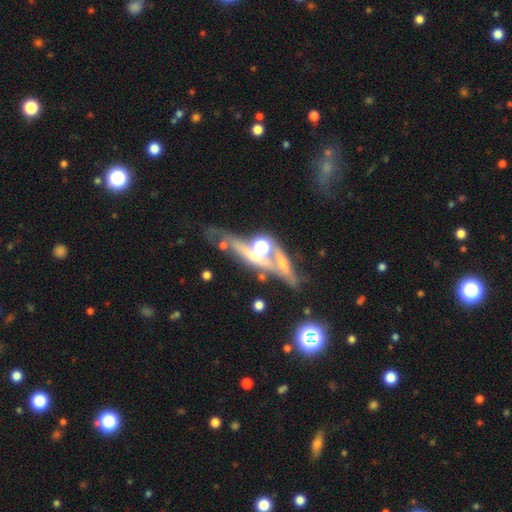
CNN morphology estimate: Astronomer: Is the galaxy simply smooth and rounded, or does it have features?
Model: featured or disk — 66%.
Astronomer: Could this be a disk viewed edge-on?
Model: yes — 69%.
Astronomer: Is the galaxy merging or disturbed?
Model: none — 37% (runner-up: merger, 36%).